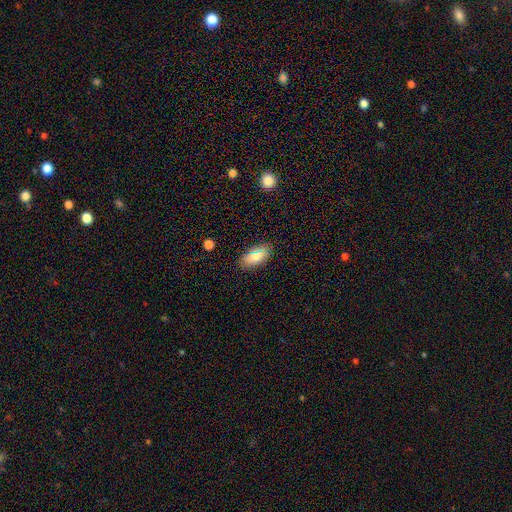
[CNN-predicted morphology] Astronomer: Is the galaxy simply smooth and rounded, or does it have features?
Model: smooth — 79%.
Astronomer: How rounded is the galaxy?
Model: in between — 89%.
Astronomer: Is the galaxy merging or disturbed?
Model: none — 85%.